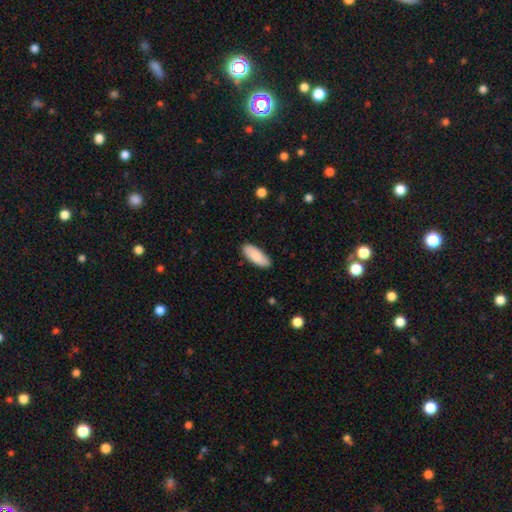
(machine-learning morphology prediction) Q: Smooth or featured?
A: smooth (86%); runner-up: featured or disk (8%)
Q: How rounded?
A: in between (80%); runner-up: cigar-shaped (19%)
Q: Merging?
A: none (87%); runner-up: minor disturbance (10%)